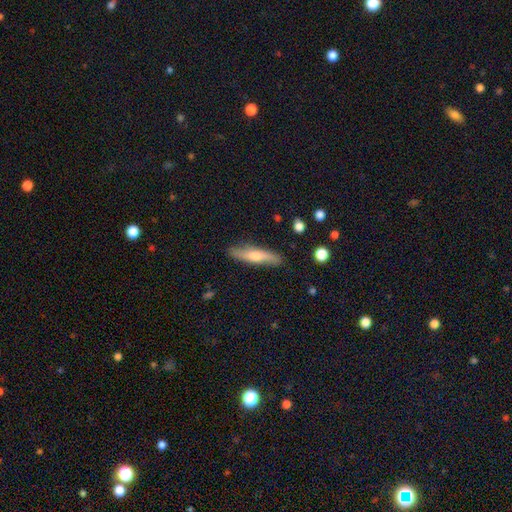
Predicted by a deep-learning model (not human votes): Smooth or featured: smooth — 53% (featured or disk — 41%)
How rounded: cigar-shaped — 83% (in between — 15%)
Merging: none — 85% (minor disturbance — 11%)